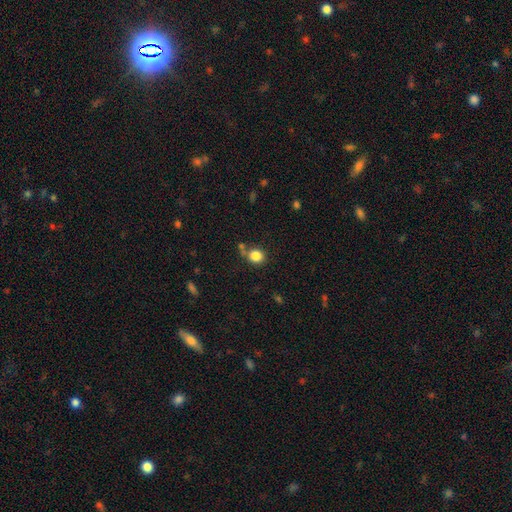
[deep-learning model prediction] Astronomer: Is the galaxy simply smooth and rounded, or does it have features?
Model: smooth — 84%.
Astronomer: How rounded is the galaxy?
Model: round — 81%.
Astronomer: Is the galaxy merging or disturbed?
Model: none — 67%.